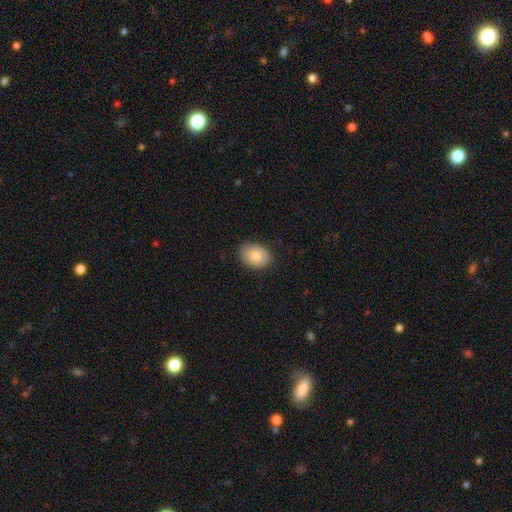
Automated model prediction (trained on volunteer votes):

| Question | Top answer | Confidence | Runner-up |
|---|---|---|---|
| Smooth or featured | smooth | 81% | featured or disk (11%) |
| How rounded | in between | 67% | round (32%) |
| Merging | none | 84% | minor disturbance (13%) |